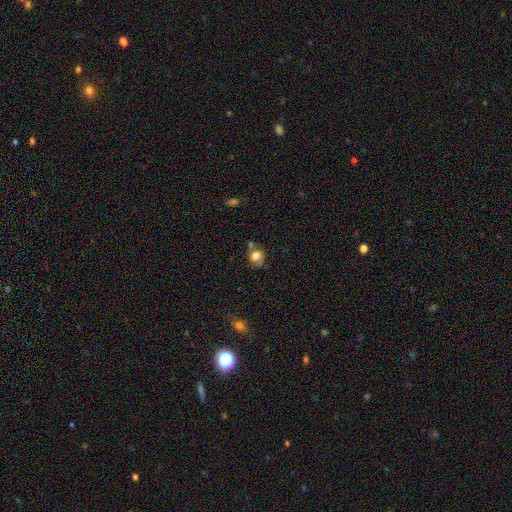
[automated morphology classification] This appears to be a smooth galaxy with no disk features (75%) that is round (69%). Merging: none (50%).